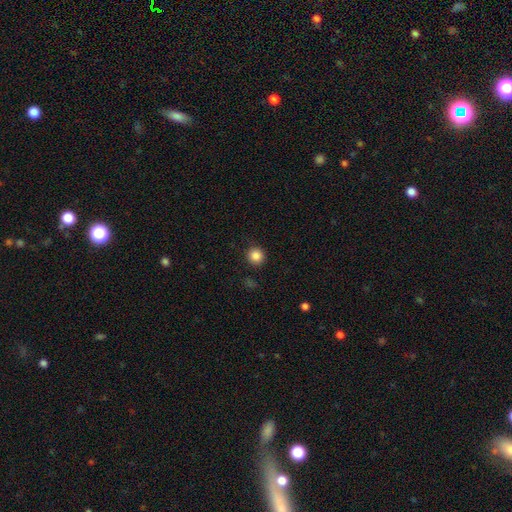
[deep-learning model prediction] Overall: smooth (86%). How rounded: round (93%). Merging: none (90%).